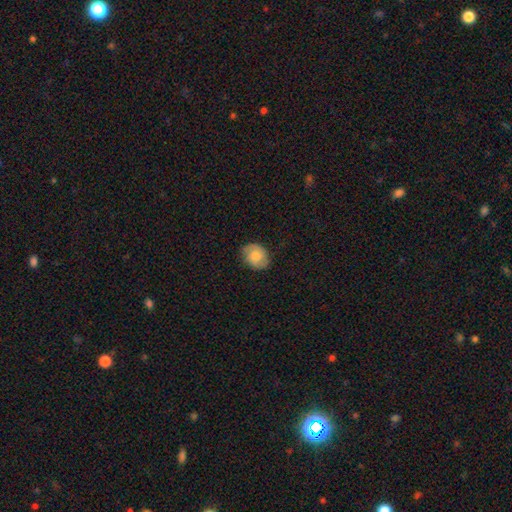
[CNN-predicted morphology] A smooth galaxy with no disk features (53%) that is in between round and cigar-shaped (53%). Merging: none (80%).